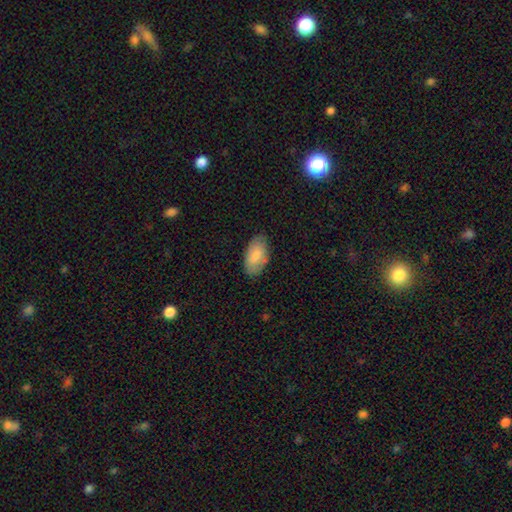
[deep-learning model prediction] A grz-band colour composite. It shows a smooth galaxy with no disk features (78%) that is in between round and cigar-shaped (95%). Merging: none (78%).